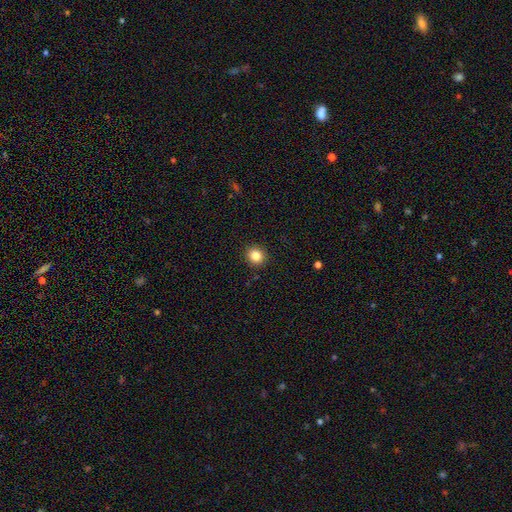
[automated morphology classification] Smooth or featured: smooth — 85% (star or artifact — 10%)
How rounded: round — 90% (in between — 9%)
Merging: none — 92% (minor disturbance — 5%)